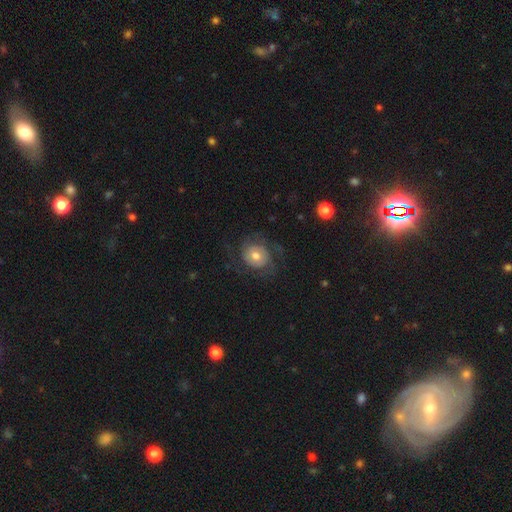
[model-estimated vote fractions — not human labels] Smooth or featured? featured or disk (57%)
Edge-on disk? no (97%)
Bar? no (75%)
Spiral arms? yes (79%)
Bulge size? moderate (68%)
Merging? none (62%)